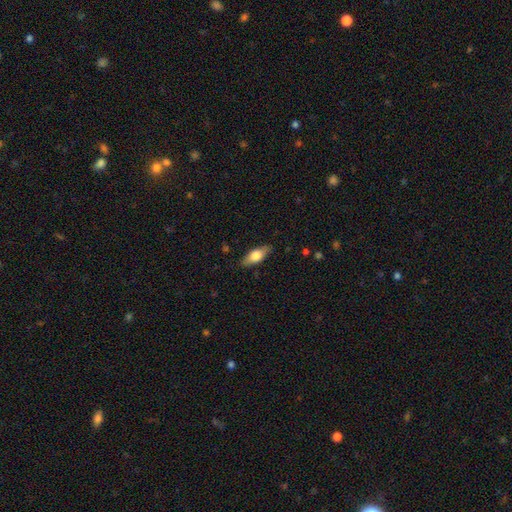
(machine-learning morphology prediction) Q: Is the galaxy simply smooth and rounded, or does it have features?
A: smooth — 63%.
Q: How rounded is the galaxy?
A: in between — 75%.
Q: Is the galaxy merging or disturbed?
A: none — 86%.